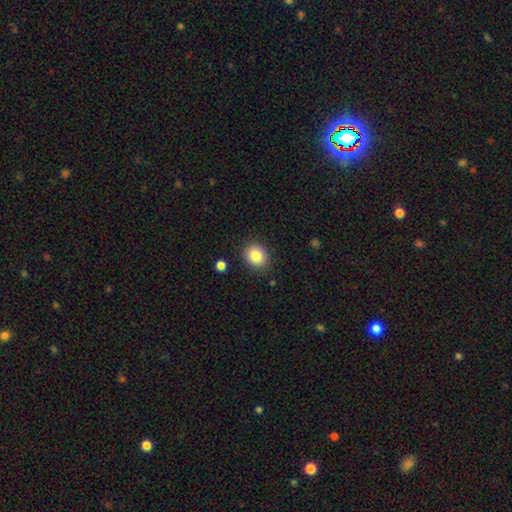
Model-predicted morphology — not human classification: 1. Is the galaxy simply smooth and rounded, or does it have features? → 84% smooth, 9% star or artifact, 6% featured or disk.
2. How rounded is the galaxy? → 70% round, 29% in between, 1% cigar-shaped.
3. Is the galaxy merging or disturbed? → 88% none, 8% minor disturbance, 2% major disturbance, 2% merger.